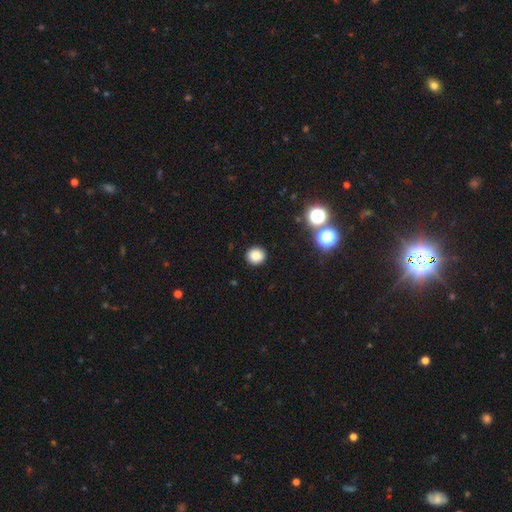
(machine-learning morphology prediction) A smooth galaxy with no disk features (84%) that is round (90%). Merging: none (92%).